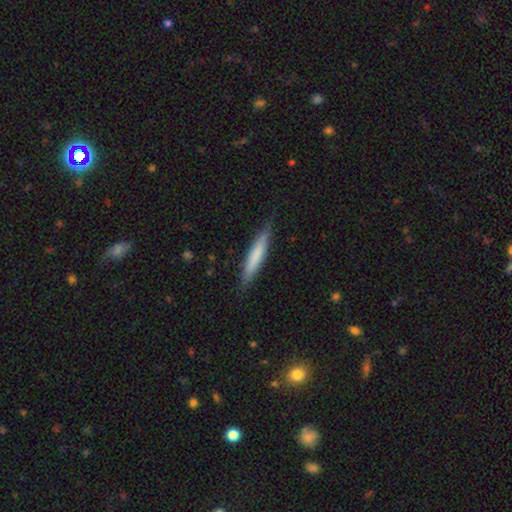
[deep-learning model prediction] Q: Smooth or featured?
A: smooth (67%); runner-up: featured or disk (28%)
Q: How rounded?
A: cigar-shaped (92%); runner-up: in between (7%)
Q: Merging?
A: none (84%); runner-up: minor disturbance (12%)